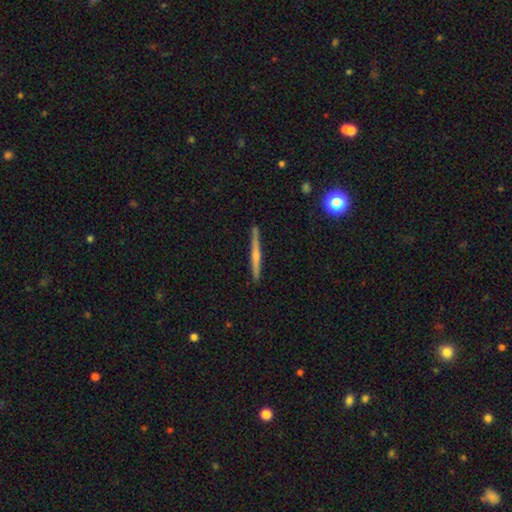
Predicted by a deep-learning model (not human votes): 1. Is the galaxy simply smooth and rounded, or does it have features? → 66% featured or disk, 25% smooth, 9% star or artifact.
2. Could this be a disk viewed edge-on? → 97% yes, 3% no.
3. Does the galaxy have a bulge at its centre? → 66% rounded, 27% none, 7% boxy.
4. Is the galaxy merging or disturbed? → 89% none, 8% minor disturbance, 2% major disturbance, 1% merger.